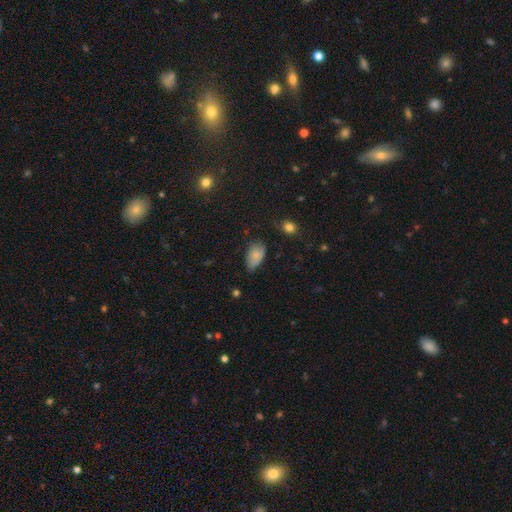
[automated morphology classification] A smooth galaxy with no disk features (82%) that is in between round and cigar-shaped (92%). Merging: none (55%).